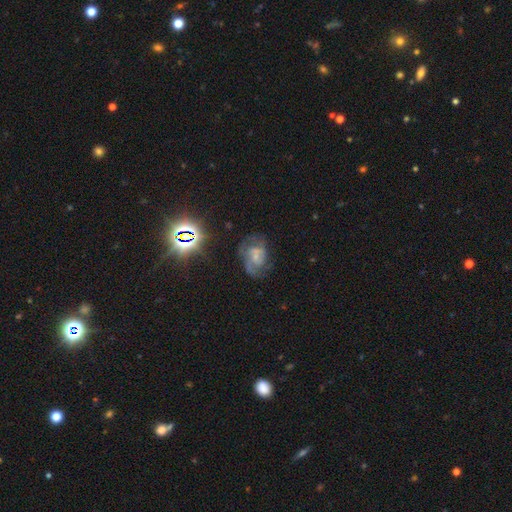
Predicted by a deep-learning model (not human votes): smooth_or_featured: featured or disk (p=0.65) [alt: smooth p=0.22]
disk_edge_on: no (p=0.97) [alt: yes p=0.03]
bar: no (p=0.61) [alt: weak p=0.32]
has_spiral_arms: yes (p=0.80) [alt: no p=0.20]
spiral_winding: medium (p=0.45) [alt: tight p=0.35]
spiral_arm_count: 2 (p=0.44) [alt: can't tell p=0.30]
bulge_size: small (p=0.56) [alt: moderate p=0.26]
merging: none (p=0.48) [alt: major disturbance p=0.25]